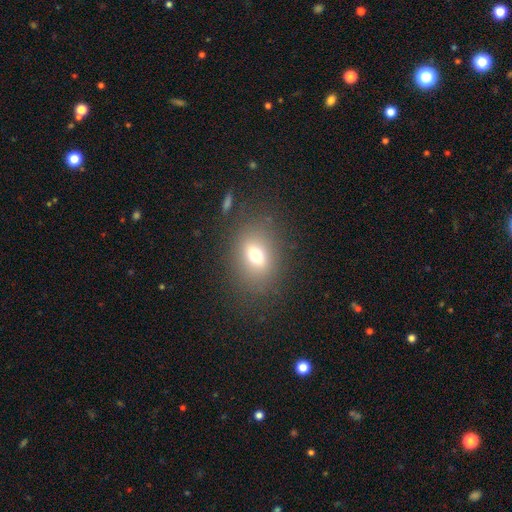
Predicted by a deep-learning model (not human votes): The model was most divided on "how rounded": in between: 59%, round: 38%, cigar-shaped: 2%. More confident: merging — none (80%); smooth or featured — smooth (67%).